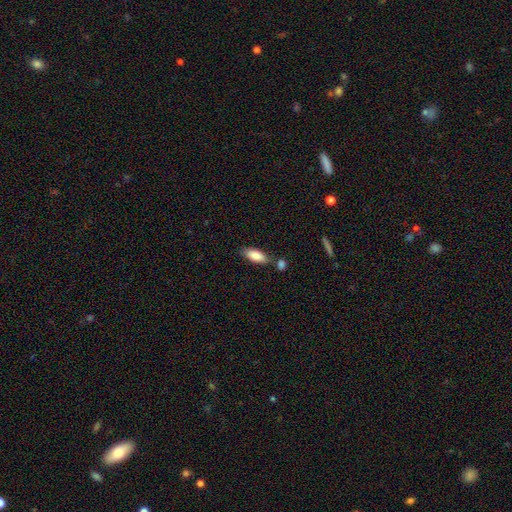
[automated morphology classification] Q: Smooth or featured?
A: smooth (85%); runner-up: featured or disk (9%)
Q: How rounded?
A: in between (80%); runner-up: cigar-shaped (18%)
Q: Merging?
A: none (68%); runner-up: merger (15%)